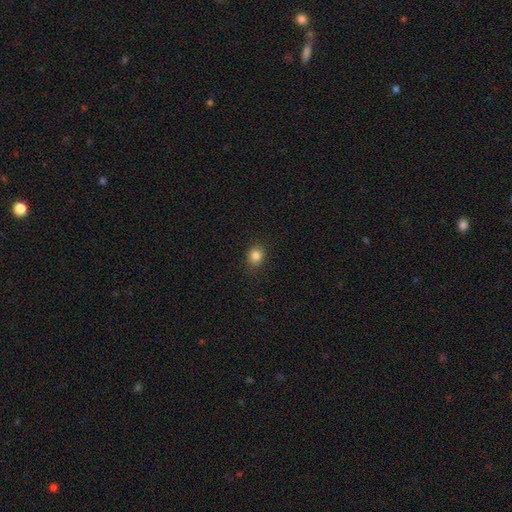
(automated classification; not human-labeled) smooth_or_featured: smooth (p=0.84) [alt: star or artifact p=0.12]
how_rounded: round (p=0.70) [alt: in between p=0.29]
merging: none (p=0.87) [alt: minor disturbance p=0.09]